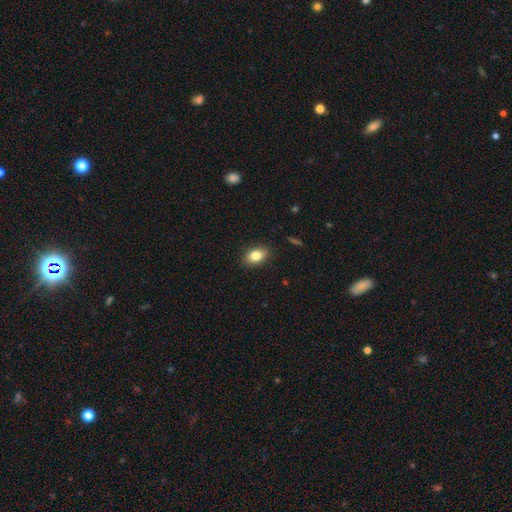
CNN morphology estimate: Smooth or featured: smooth — 83% (featured or disk — 9%)
How rounded: in between — 83% (round — 15%)
Merging: none — 88% (minor disturbance — 8%)